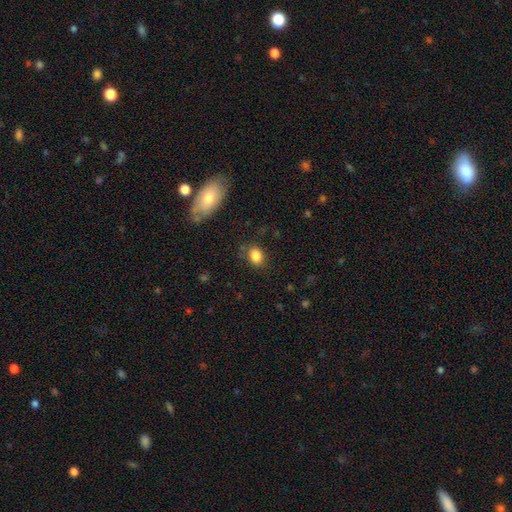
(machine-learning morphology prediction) Overall: smooth (85%). How rounded: in between (68%; round 31%). Merging: none (78%).